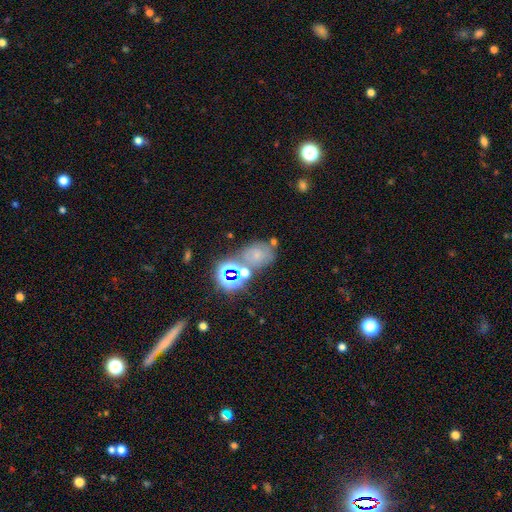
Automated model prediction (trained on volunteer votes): A smooth galaxy with no disk features (46%). Merging: none (53%).